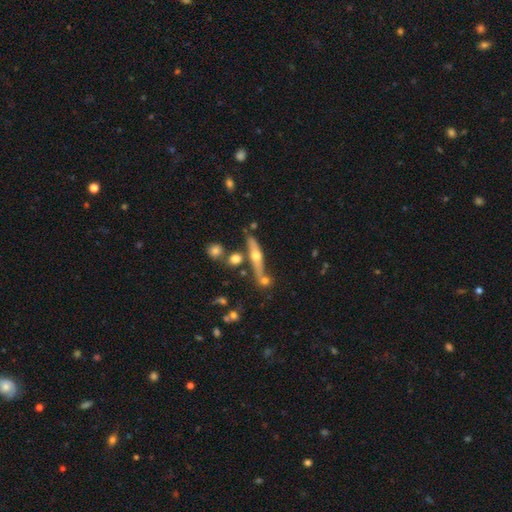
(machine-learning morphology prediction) smooth_or_featured: featured or disk (p=0.65) [alt: smooth p=0.27]
disk_edge_on: yes (p=0.91) [alt: no p=0.09]
edge_on_bulge: rounded (p=0.93) [alt: none p=0.04]
merging: none (p=0.68) [alt: minor disturbance p=0.14]